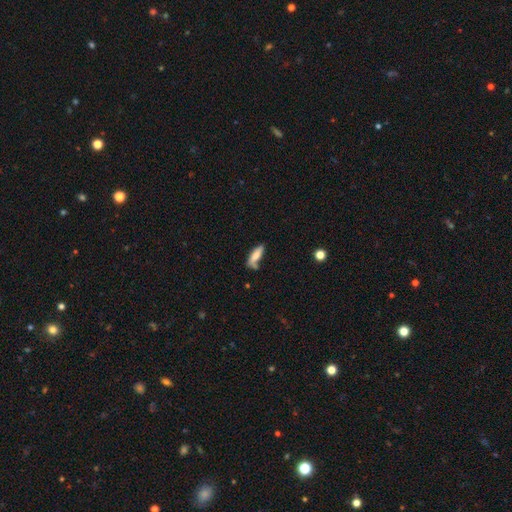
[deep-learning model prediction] smooth_or_featured: smooth (p=0.70) [alt: featured or disk p=0.23]
how_rounded: cigar-shaped (p=0.51) [alt: in between p=0.46]
merging: none (p=0.52) [alt: minor disturbance p=0.26]